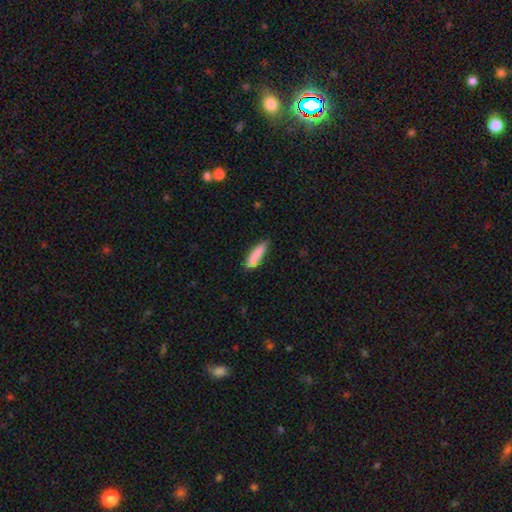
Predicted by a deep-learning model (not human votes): A smooth galaxy with no disk features (85%) that is cigar-shaped (70%).

Vote fractions:
- Smooth or featured? smooth: 85% / featured or disk: 9% / star or artifact: 7%
- How rounded? cigar-shaped: 70% / in between: 29% / round: 2%
- Merging? none: 69% / minor disturbance: 25% / major disturbance: 4% / merger: 2%